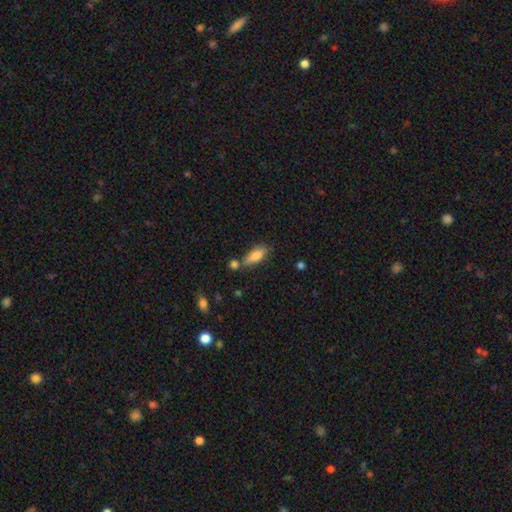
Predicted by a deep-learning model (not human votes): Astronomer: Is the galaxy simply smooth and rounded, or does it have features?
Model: smooth — 79%.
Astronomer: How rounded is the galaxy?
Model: in between — 70%.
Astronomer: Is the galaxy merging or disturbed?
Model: none — 62%.